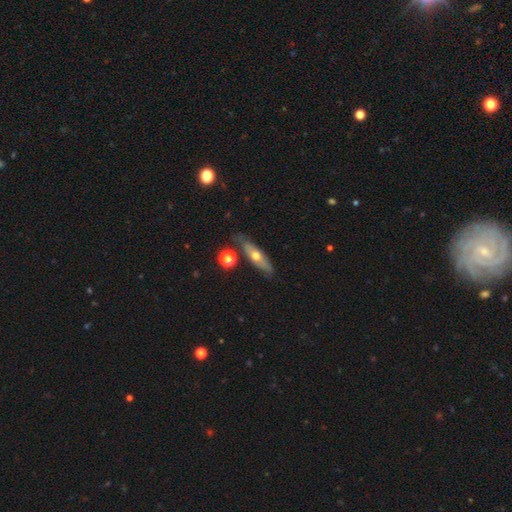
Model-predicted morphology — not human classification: Q: Smooth or featured?
A: featured or disk (47%); runner-up: smooth (46%)
Q: Merging?
A: none (73%); runner-up: minor disturbance (18%)